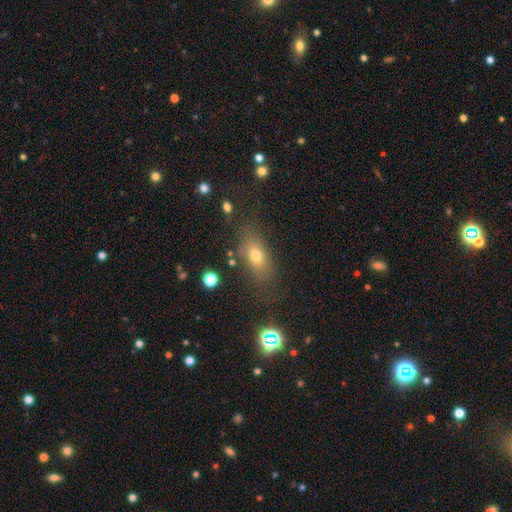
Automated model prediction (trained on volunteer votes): A smooth galaxy with no disk features (66%) that is in between round and cigar-shaped (71%).

Vote fractions:
- Smooth or featured? smooth: 66% / star or artifact: 17% / featured or disk: 17%
- How rounded? in between: 71% / round: 16% / cigar-shaped: 13%
- Merging? none: 74% / minor disturbance: 15% / major disturbance: 7% / merger: 4%